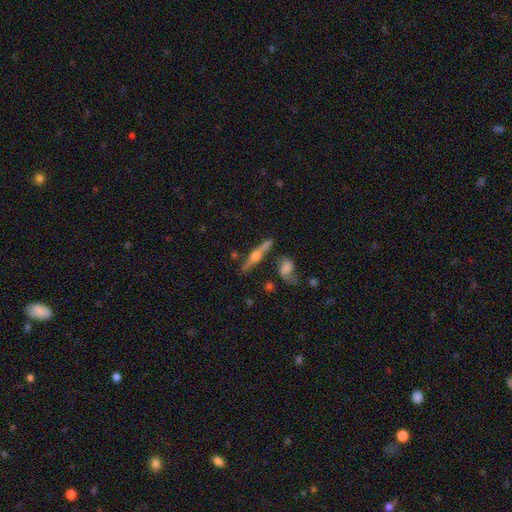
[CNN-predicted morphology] type=featured or disk (74%); edge-on=yes (96%); edge-on bulge=rounded (94%); merging=none (78%).